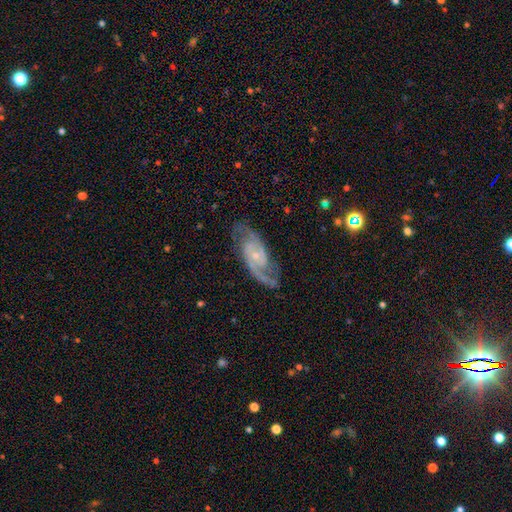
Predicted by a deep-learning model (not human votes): Smooth or featured: featured or disk — 89% (smooth — 6%)
Edge-on disk: no — 95% (yes — 5%)
Bar: no — 55% (weak — 36%)
Spiral arms: yes — 97% (no — 3%)
Spiral winding: medium — 55% (tight — 28%)
Spiral arm count: 2 — 87% (can't tell — 5%)
Bulge size: small — 71% (moderate — 20%)
Merging: none — 76% (minor disturbance — 16%)